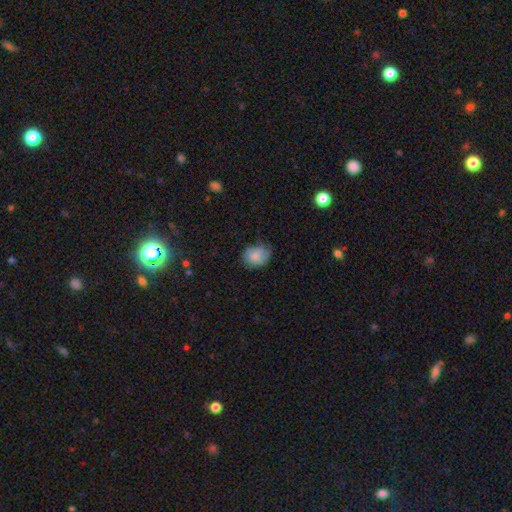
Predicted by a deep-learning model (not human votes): Q: Smooth or featured?
A: smooth (64%); runner-up: featured or disk (28%)
Q: How rounded?
A: in between (50%); runner-up: round (49%)
Q: Merging?
A: none (51%); runner-up: minor disturbance (33%)